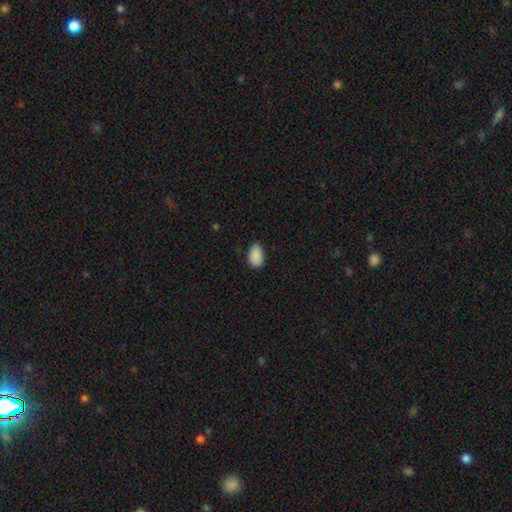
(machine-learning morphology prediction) Smooth or featured: smooth — 90% (star or artifact — 7%)
How rounded: in between — 92% (round — 6%)
Merging: none — 83% (minor disturbance — 14%)